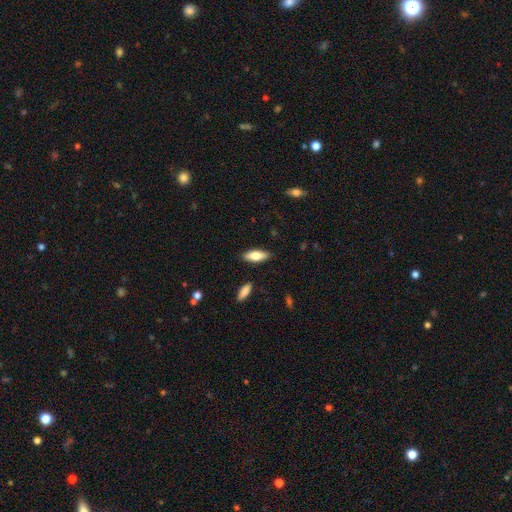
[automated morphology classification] smooth 72%, featured or disk 22%, star or artifact 6%. Down the decision tree: how rounded — in between (71%); merging — none (87%).